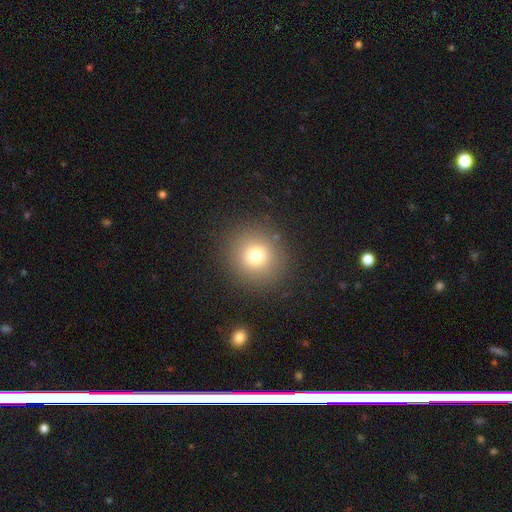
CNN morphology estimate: This is likely a smooth galaxy (75%). How rounded: clearly round (92%). Merging: clearly none (88%).